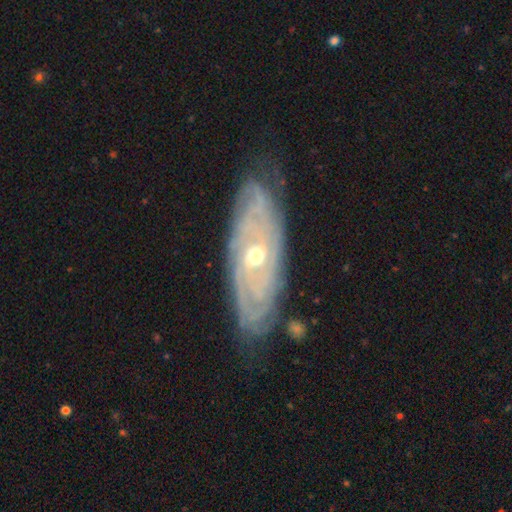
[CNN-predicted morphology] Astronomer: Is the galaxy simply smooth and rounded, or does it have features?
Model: featured or disk — 86%.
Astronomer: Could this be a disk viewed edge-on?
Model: no — 86%.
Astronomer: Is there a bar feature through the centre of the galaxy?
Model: no — 70%.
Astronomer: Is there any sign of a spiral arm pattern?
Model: yes — 94%.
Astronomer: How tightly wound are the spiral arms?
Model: tight — 81%.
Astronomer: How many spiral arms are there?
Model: can't tell — 46%.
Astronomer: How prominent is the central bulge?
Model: moderate — 57% (runner-up: small, 39%).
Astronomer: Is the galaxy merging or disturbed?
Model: none — 81%.